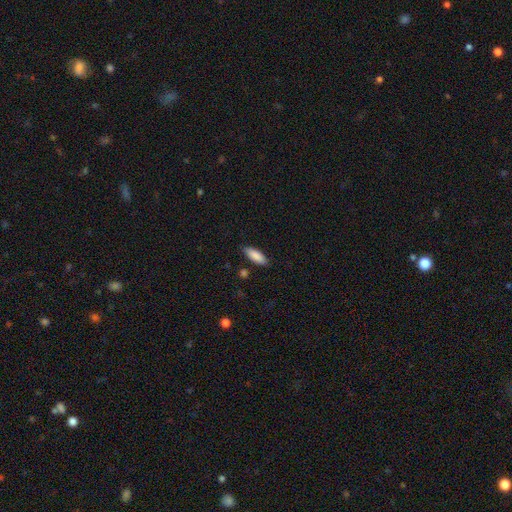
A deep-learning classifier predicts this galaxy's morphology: A smooth galaxy with no disk features (87%) that is in between round and cigar-shaped (67%). Merging: none (86%).